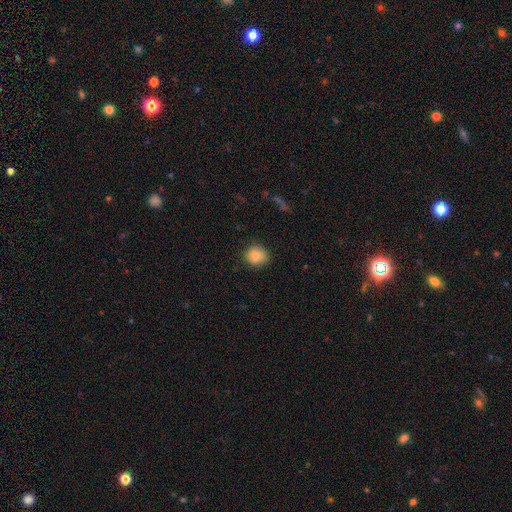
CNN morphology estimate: A smooth galaxy with no disk features (83%) that is round (69%).

Vote fractions:
- Smooth or featured? smooth: 83% / star or artifact: 9% / featured or disk: 9%
- How rounded? round: 69% / in between: 30% / cigar-shaped: 1%
- Merging? none: 82% / minor disturbance: 14% / major disturbance: 3% / merger: 1%